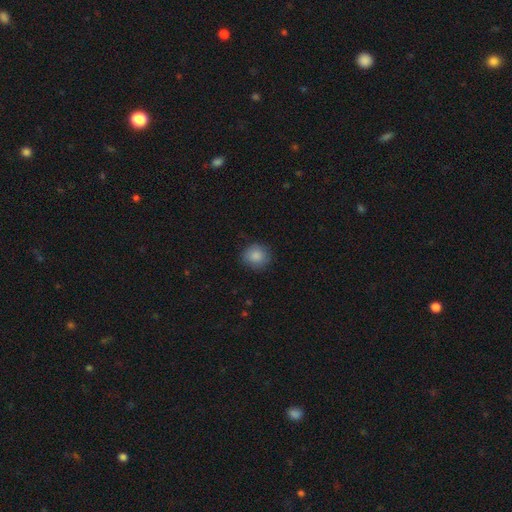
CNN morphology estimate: This is clearly a smooth galaxy (87%). How rounded: clearly round (88%). Merging: clearly none (87%).